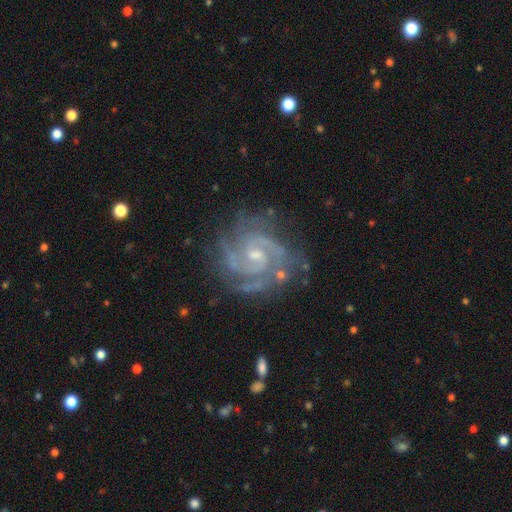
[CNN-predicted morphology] This is clearly a featured or disk galaxy (91%). It is clearly not viewed edge-on (98%). Bar: possibly no (47%). Spiral arm pattern: clearly yes (98%). Spiral arm count: marginally 2 (37%). Spiral winding: likely tight (63%). Central bulge: possibly small (57%). Merging: likely none (73%).